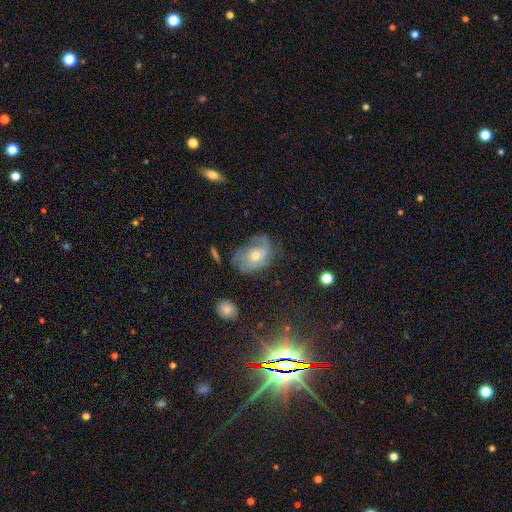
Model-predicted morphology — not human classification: smooth-or-featured: featured or disk: 66% | smooth: 24% | star or artifact: 10%
  disk-edge-on: no: 96% | yes: 4%
    bar: no: 78% | weak: 18% | strong: 3%
    has-spiral-arms: yes: 78% | no: 22%
    bulge-size: moderate: 65% | small: 29% | large: 4% | none: 1% | dominant: 1%
  merging: none: 48% | minor disturbance: 27% | major disturbance: 22% | merger: 3%